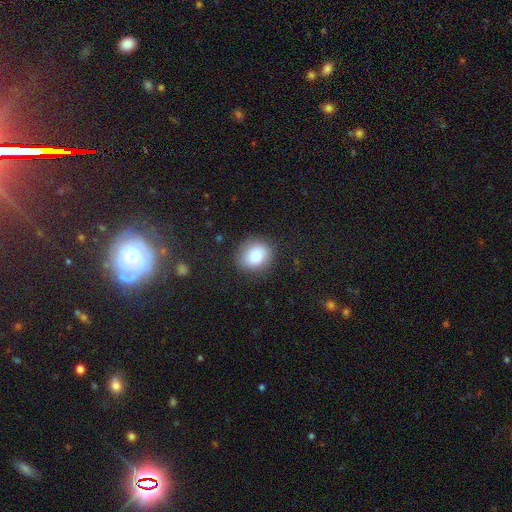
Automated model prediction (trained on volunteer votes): smooth_or_featured: smooth (p=0.82) [alt: featured or disk p=0.09]
how_rounded: round (p=0.76) [alt: in between p=0.23]
merging: none (p=0.85) [alt: minor disturbance p=0.10]